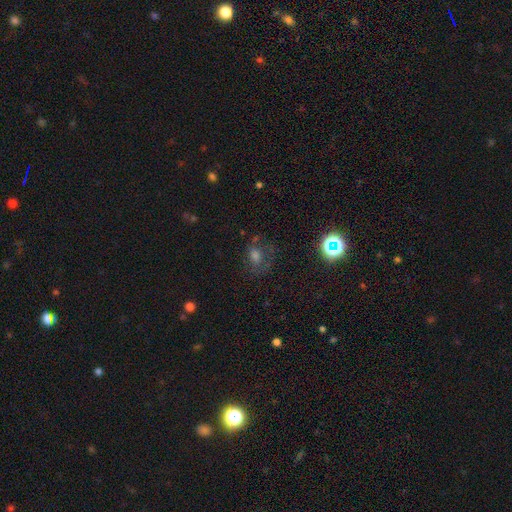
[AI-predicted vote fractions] A smooth galaxy with no disk features (44%).

Vote fractions:
- Smooth or featured? smooth: 44% / star or artifact: 33% / featured or disk: 24%
- Merging? none: 57% / minor disturbance: 20% / major disturbance: 19% / merger: 3%